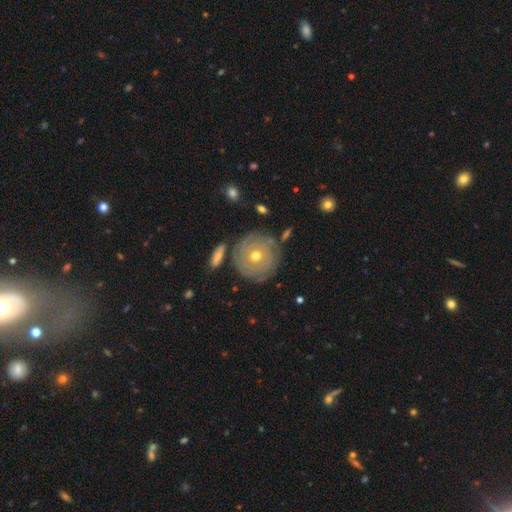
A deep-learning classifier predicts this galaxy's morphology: smooth_or_featured: featured or disk (p=0.70) [alt: smooth p=0.22]
disk_edge_on: no (p=0.96) [alt: yes p=0.04]
bar: no (p=0.85) [alt: weak p=0.12]
has_spiral_arms: yes (p=0.85) [alt: no p=0.15]
spiral_winding: tight (p=0.86) [alt: medium p=0.10]
spiral_arm_count: can't tell (p=0.45) [alt: 2 p=0.20]
bulge_size: moderate (p=0.61) [alt: small p=0.35]
merging: none (p=0.81) [alt: minor disturbance p=0.12]